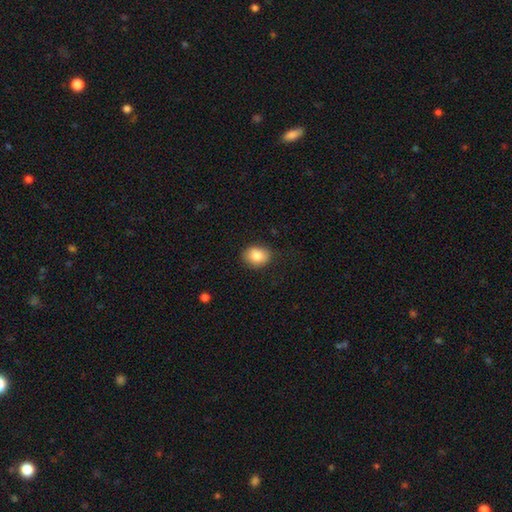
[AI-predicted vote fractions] The model was most divided on "how rounded": in between: 53%, round: 46%, cigar-shaped: 1%. More confident: smooth or featured — smooth (84%); merging — none (83%).